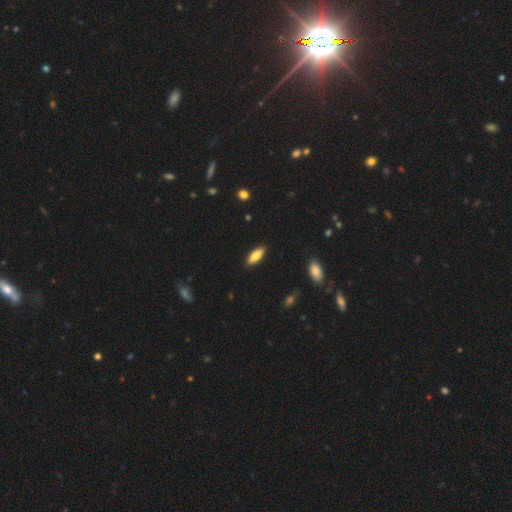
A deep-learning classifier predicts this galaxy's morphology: Overall: smooth (81%). How rounded: in between (66%; cigar-shaped 32%). Merging: none (89%).